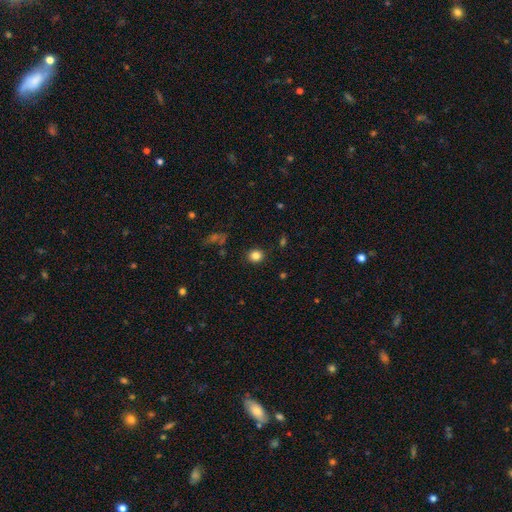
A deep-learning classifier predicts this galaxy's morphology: smooth_or_featured: smooth (p=0.83) [alt: star or artifact p=0.12]
how_rounded: round (p=0.81) [alt: in between p=0.18]
merging: none (p=0.88) [alt: minor disturbance p=0.08]